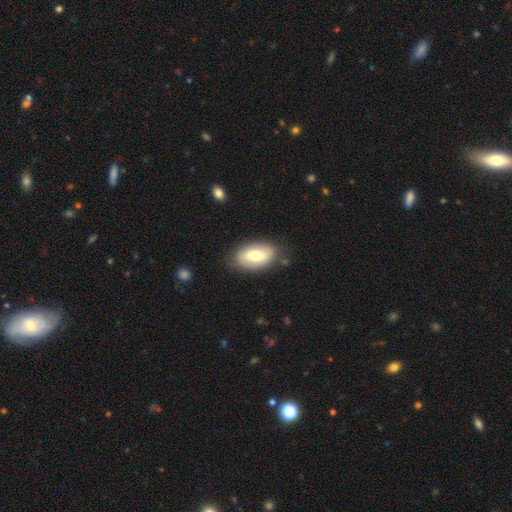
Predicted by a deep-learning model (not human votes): Smooth or featured: smooth — 69% (featured or disk — 25%)
How rounded: in between — 93% (round — 5%)
Merging: none — 79% (minor disturbance — 15%)